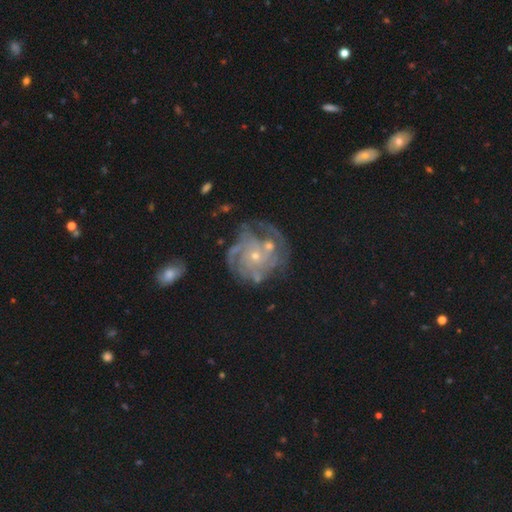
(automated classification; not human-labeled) The model was most divided on "spiral arm count": can't tell: 32%, 3: 23%, 4: 18%, 2: 12%, more than 4: 8%, 1: 6%. Remaining: edge-on disk — no (98%); spiral arms — yes (92%); smooth or featured — featured or disk (84%); bar — no (81%); bulge size — small (76%); spiral winding — tight (65%); merging — none (50%).